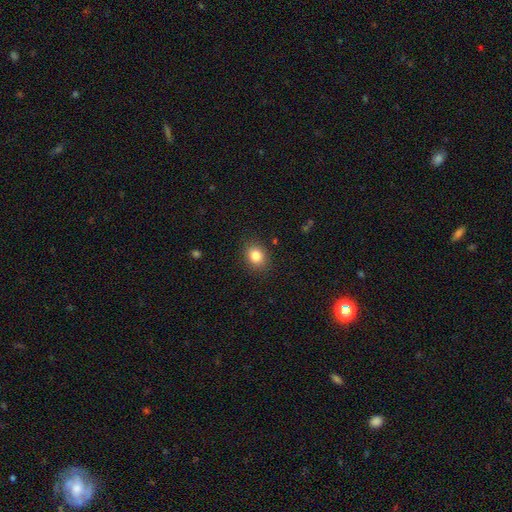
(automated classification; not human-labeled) The model was most divided on "how rounded": round: 52%, in between: 47%, cigar-shaped: 1%. More confident: merging — none (87%); smooth or featured — smooth (84%).